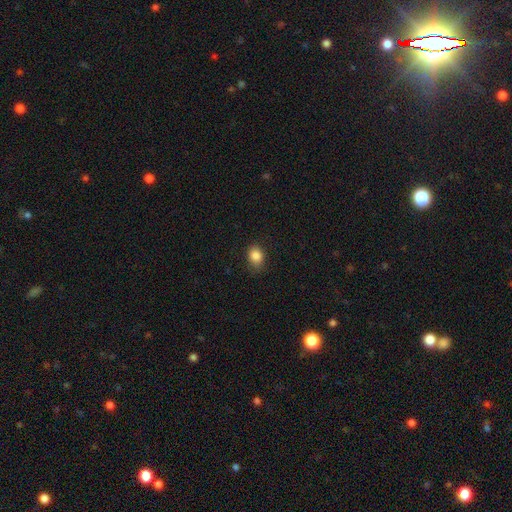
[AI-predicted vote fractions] This appears to be a smooth galaxy with no disk features (86%) that is in between round and cigar-shaped (54%). Merging: none (76%).